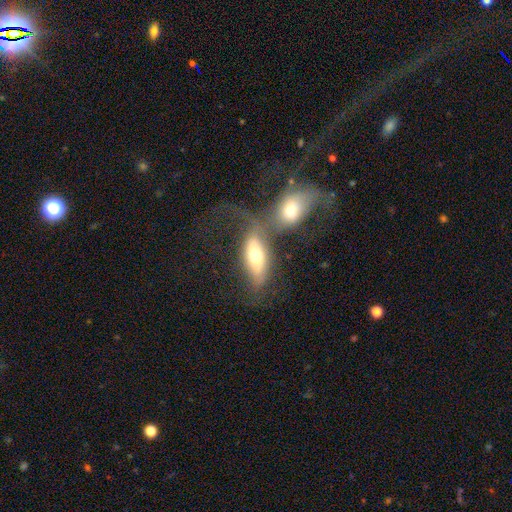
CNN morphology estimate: The model was most divided on "smooth or featured": smooth: 58%, featured or disk: 35%, star or artifact: 7%. More confident: how rounded — in between (81%); merging — merger (62%).